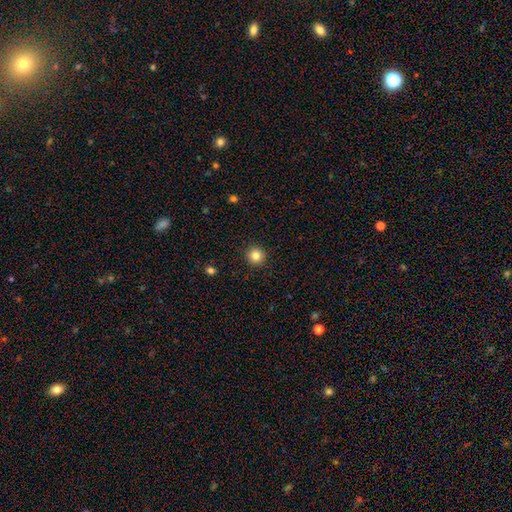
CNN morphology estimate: Smooth or featured? Predicted: smooth (p=0.83). How rounded? Predicted: round (p=0.95). Merging? Predicted: none (p=0.93).